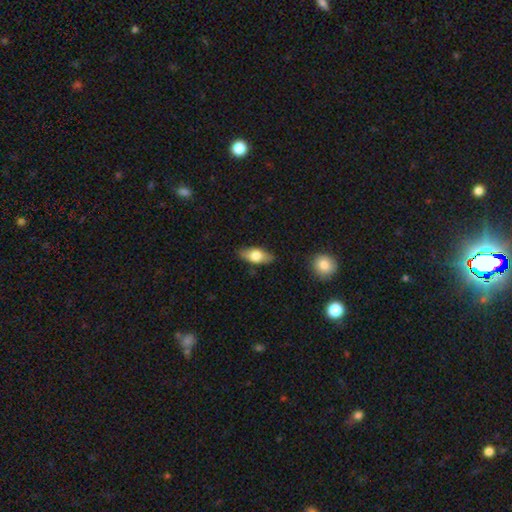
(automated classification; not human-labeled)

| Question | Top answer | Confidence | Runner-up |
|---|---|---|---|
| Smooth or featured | smooth | 69% | featured or disk (24%) |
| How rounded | in between | 83% | cigar-shaped (13%) |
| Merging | none | 84% | minor disturbance (12%) |